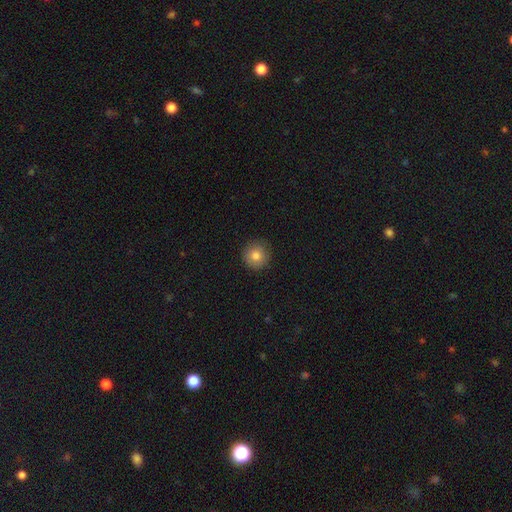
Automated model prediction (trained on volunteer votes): Smooth or featured? smooth (82%)
How rounded? round (95%)
Merging? none (89%)